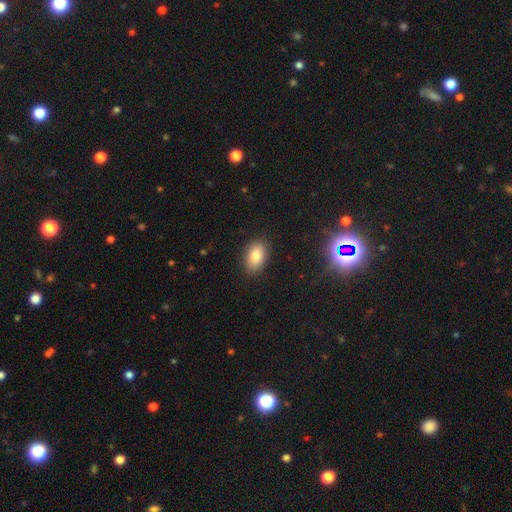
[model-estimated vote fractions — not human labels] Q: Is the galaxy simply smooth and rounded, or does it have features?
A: smooth — 83%.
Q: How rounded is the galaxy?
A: in between — 89%.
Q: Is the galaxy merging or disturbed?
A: none — 87%.